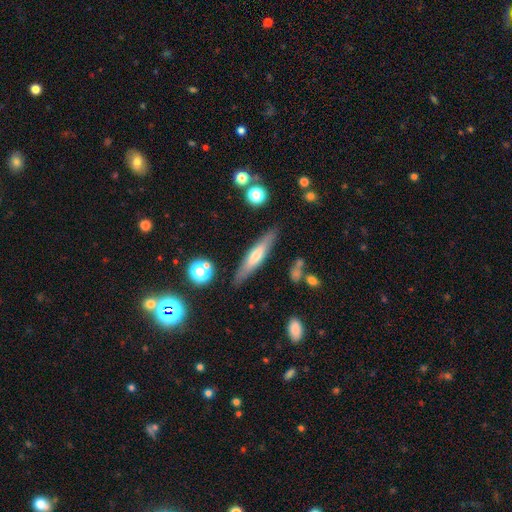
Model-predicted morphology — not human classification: Smooth or featured?
  - smooth: 49% *
  - featured or disk: 44%
  - star or artifact: 7%
Merging?
  - none: 85% *
  - minor disturbance: 10%
  - merger: 3%
  - major disturbance: 2%